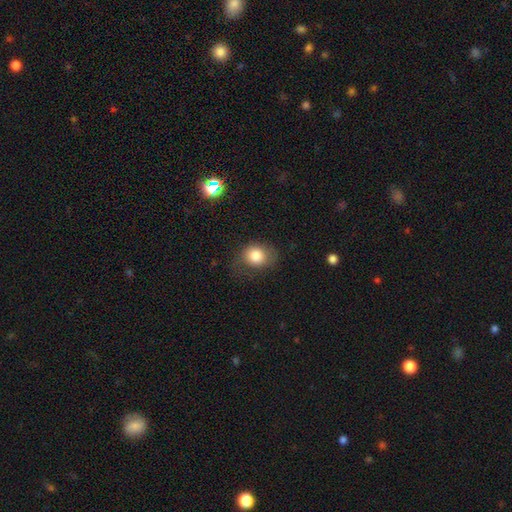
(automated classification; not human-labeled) A smooth galaxy with no disk features (81%) that is round (61%). Merging: none (65%).